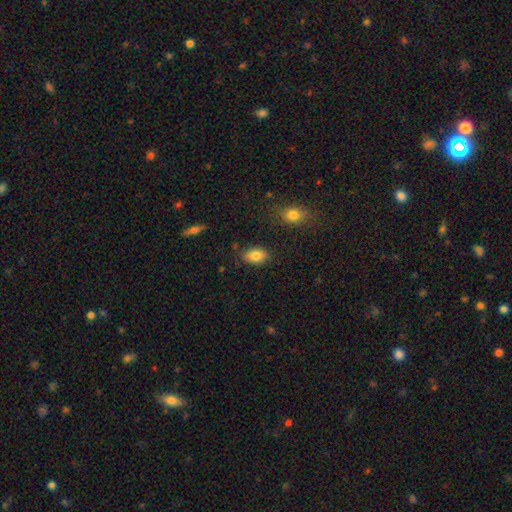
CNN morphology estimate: Smooth or featured?
  - smooth: 84% *
  - star or artifact: 8%
  - featured or disk: 8%
How rounded?
  - in between: 88% *
  - round: 10%
  - cigar-shaped: 2%
Merging?
  - none: 82% *
  - minor disturbance: 13%
  - major disturbance: 3%
  - merger: 3%